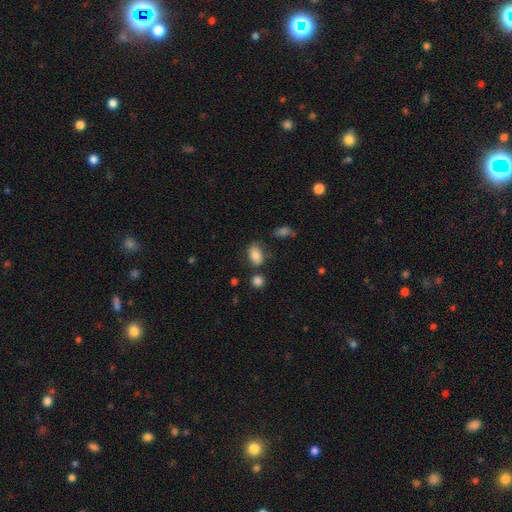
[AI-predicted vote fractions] Smooth or featured? smooth (83%)
How rounded? in between (86%)
Merging? none (64%)